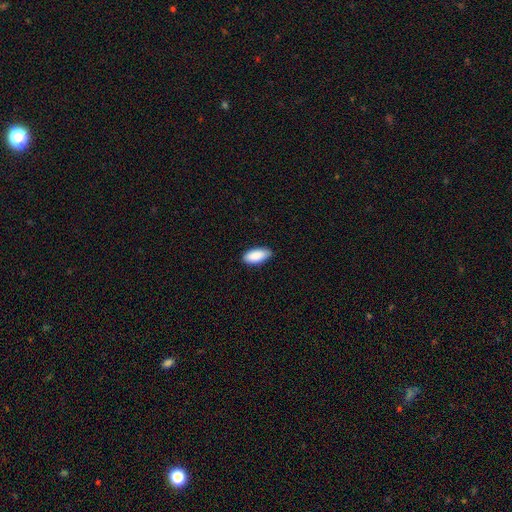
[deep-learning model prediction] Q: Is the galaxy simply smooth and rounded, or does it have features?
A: smooth — 90%.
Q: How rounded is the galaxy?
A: in between — 90%.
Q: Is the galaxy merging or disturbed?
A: none — 85%.